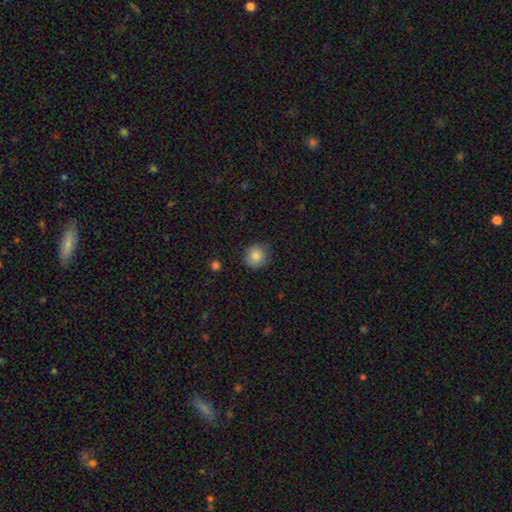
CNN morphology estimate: type=smooth (83%); roundness=round (87%); merging=none (82%).